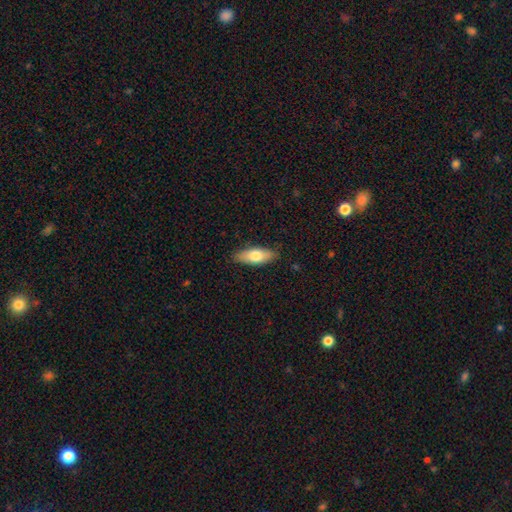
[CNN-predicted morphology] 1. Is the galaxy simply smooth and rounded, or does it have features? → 71% smooth, 23% featured or disk, 6% star or artifact.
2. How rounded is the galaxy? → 75% in between, 23% cigar-shaped, 3% round.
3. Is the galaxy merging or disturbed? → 86% none, 11% minor disturbance, 2% major disturbance, 1% merger.